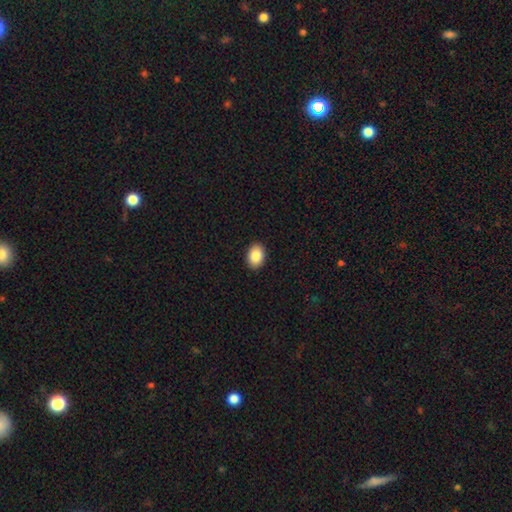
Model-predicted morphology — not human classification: Q: Smooth or featured?
A: smooth (88%); runner-up: star or artifact (7%)
Q: How rounded?
A: in between (80%); runner-up: round (19%)
Q: Merging?
A: none (91%); runner-up: minor disturbance (7%)